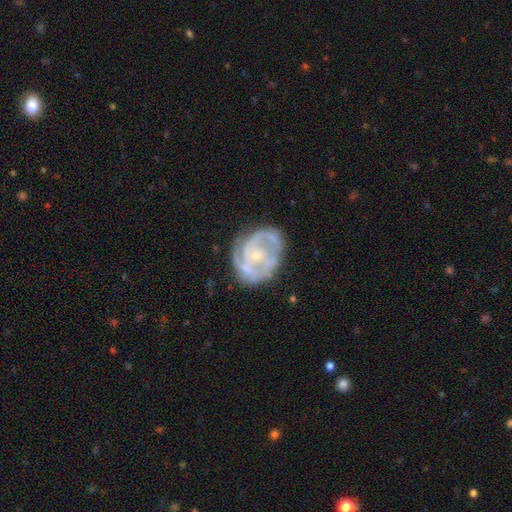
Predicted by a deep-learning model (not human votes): smooth-or-featured: featured or disk: 82% | smooth: 12% | star or artifact: 6%
  disk-edge-on: no: 98% | yes: 2%
    bar: no: 70% | weak: 24% | strong: 6%
    has-spiral-arms: yes: 85% | no: 15%
      spiral-winding: tight: 54% | medium: 35% | loose: 11%
      spiral-arm-count: 2: 31% (tied) | can't tell: 31% (tied) | 3: 23% | 4: 6% | 1: 6% | more than 4: 4%
    bulge-size: small: 72% | moderate: 22% | none: 4% | large: 1% | dominant: 1%
  merging: none: 64% | minor disturbance: 22% | major disturbance: 12% | merger: 2%